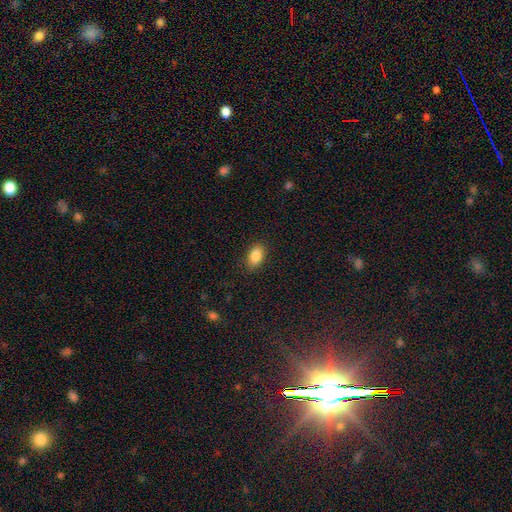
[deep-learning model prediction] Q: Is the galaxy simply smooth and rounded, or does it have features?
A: smooth — 87%.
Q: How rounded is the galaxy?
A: in between — 89%.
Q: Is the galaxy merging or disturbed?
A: none — 86%.